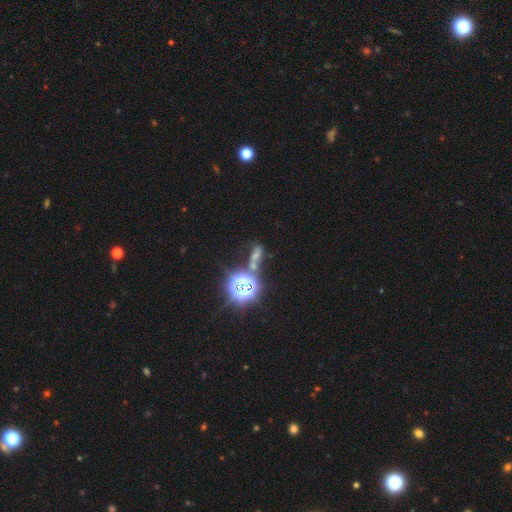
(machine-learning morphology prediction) A star or artifact, not a galaxy (53%).